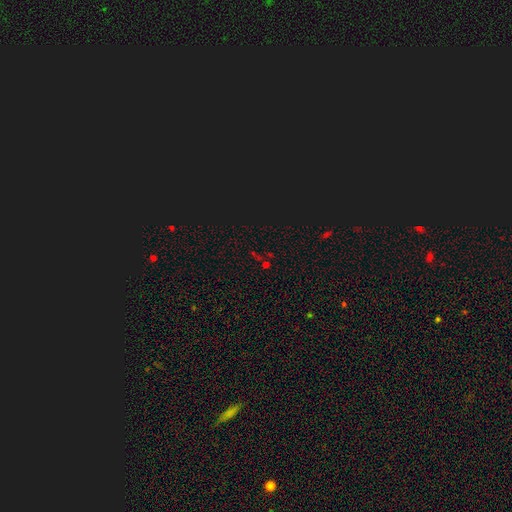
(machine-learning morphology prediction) smooth-or-featured: star or artifact: 70% | smooth: 21% | featured or disk: 10%